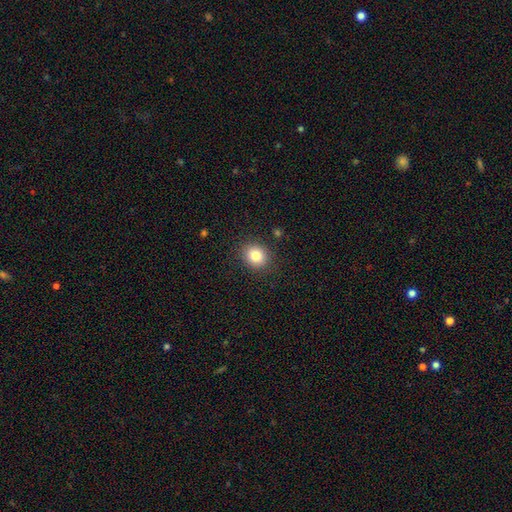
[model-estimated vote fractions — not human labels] The model was most divided on "how rounded": round: 73%, in between: 26%, cigar-shaped: 1%. More confident: merging — none (88%); smooth or featured — smooth (82%).